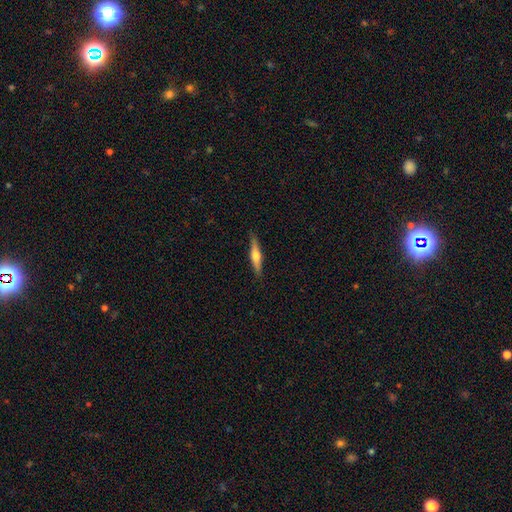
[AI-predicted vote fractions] This appears to be a featured or disk galaxy (52%) viewed edge-on (95%). Merging: none (88%).